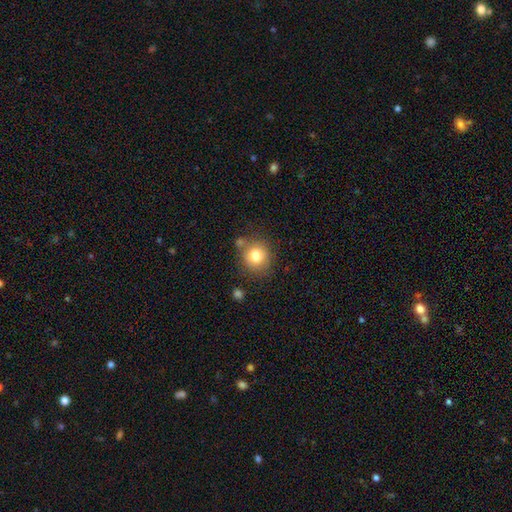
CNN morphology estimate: Overall: smooth (80%). How rounded: round (85%). Merging: none (74%).